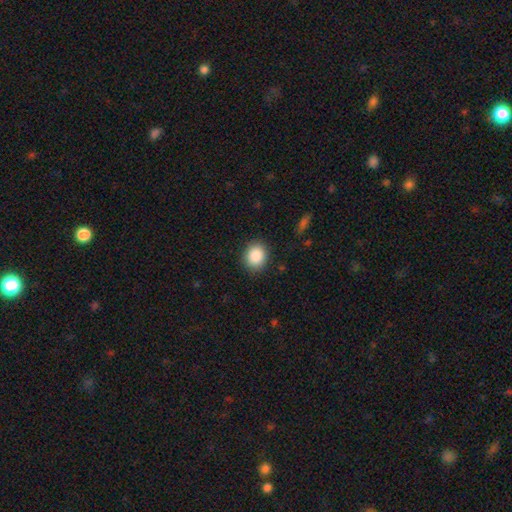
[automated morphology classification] A smooth galaxy with no disk features (87%) that is round (64%).

Vote fractions:
- Smooth or featured? smooth: 87% / star or artifact: 8% / featured or disk: 4%
- How rounded? round: 64% / in between: 35% / cigar-shaped: 1%
- Merging? none: 88% / minor disturbance: 8% / major disturbance: 2% / merger: 1%